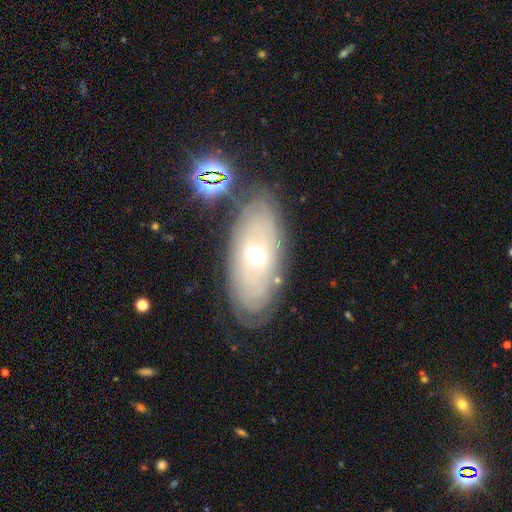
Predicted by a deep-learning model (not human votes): The model was most divided on "spiral arms": yes: 55%, no: 45%. More confident: edge-on disk — no (85%); merging — none (77%); bulge size — moderate (73%); bar — no (69%); smooth or featured — featured or disk (63%).